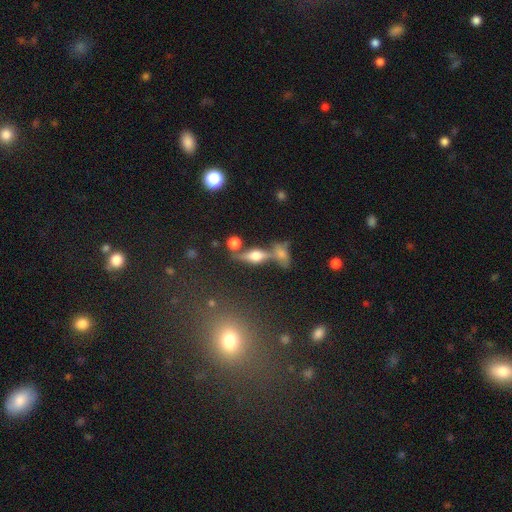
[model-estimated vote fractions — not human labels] smooth_or_featured: featured or disk (p=0.59) [alt: smooth p=0.29]
disk_edge_on: yes (p=0.88) [alt: no p=0.12]
edge_on_bulge: rounded (p=0.93) [alt: boxy p=0.05]
merging: none (p=0.59) [alt: merger p=0.24]